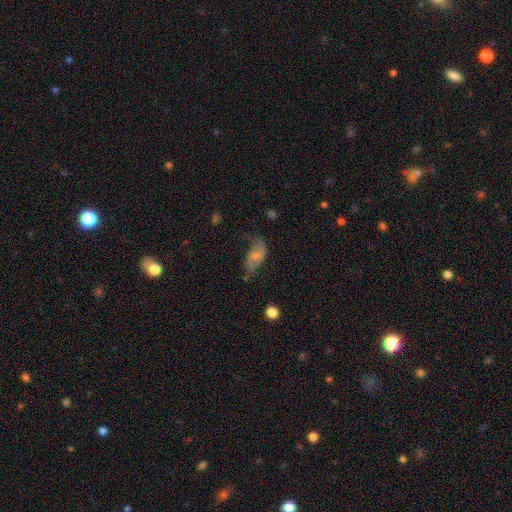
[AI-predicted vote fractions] Overall: smooth (47%; featured or disk 44%). Merging: none (47%; minor disturbance 31%).